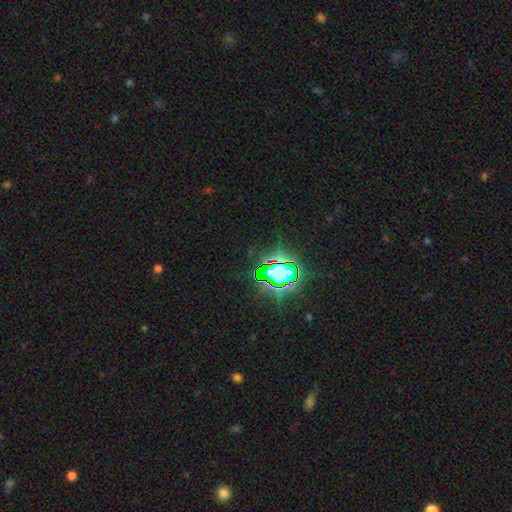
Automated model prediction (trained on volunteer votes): Smooth or featured? star or artifact (79%)